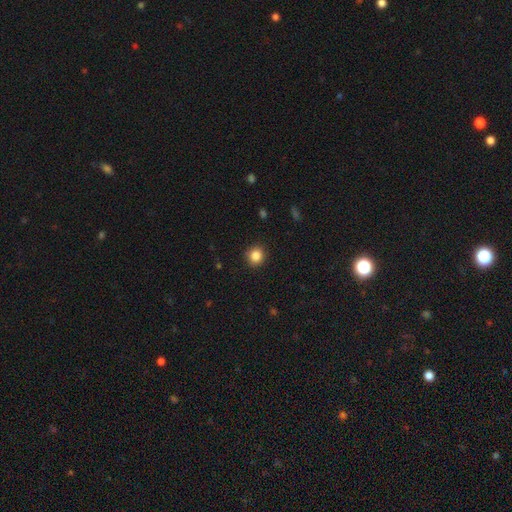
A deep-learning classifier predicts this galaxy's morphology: smooth-or-featured: smooth: 86% | star or artifact: 11% | featured or disk: 4%
  how-rounded: round: 90% | in between: 9% | cigar-shaped: 1%
  merging: none: 91% | minor disturbance: 6% | major disturbance: 2% | merger: 1%